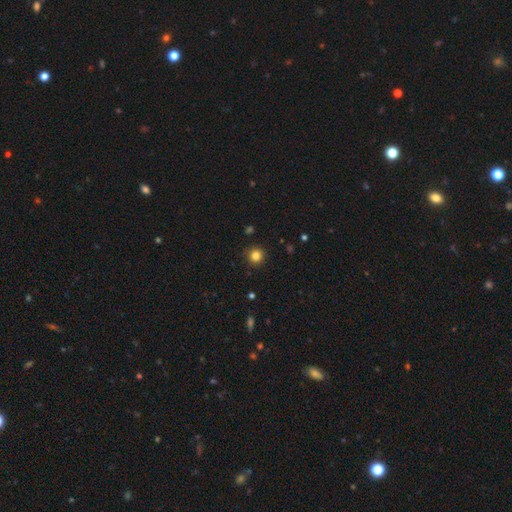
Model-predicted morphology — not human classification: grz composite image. It shows a smooth galaxy with no disk features (83%) that is round (94%). Merging: none (90%).